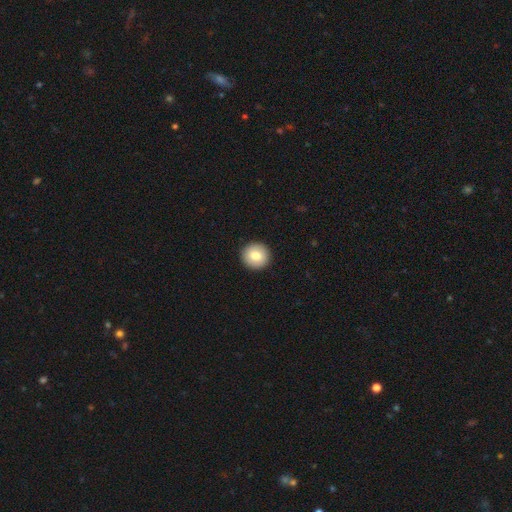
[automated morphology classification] smooth_or_featured: smooth (p=0.81) [alt: featured or disk p=0.11]
how_rounded: round (p=0.96) [alt: in between p=0.04]
merging: none (p=0.93) [alt: minor disturbance p=0.04]